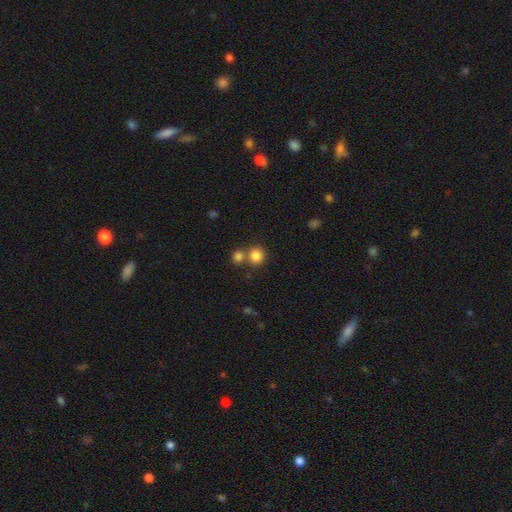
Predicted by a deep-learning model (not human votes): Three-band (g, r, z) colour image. It shows a smooth galaxy with no disk features (83%) that is round (89%). Merging: none (60%).